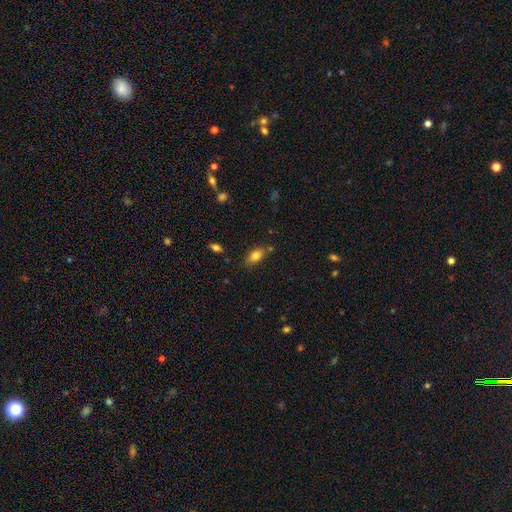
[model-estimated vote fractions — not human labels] smooth-or-featured: smooth: 80% | featured or disk: 11% | star or artifact: 9%
  how-rounded: in between: 87% | round: 7% | cigar-shaped: 6%
  merging: none: 75% | minor disturbance: 17% | merger: 5% | major disturbance: 4%